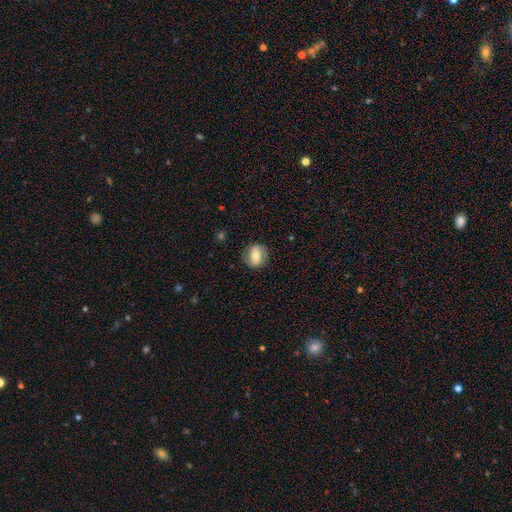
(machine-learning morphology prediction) Smooth or featured?
  - smooth: 56% *
  - featured or disk: 36%
  - star or artifact: 8%
How rounded?
  - round: 60% *
  - in between: 38%
  - cigar-shaped: 2%
Merging?
  - none: 82% *
  - minor disturbance: 13%
  - major disturbance: 4%
  - merger: 1%